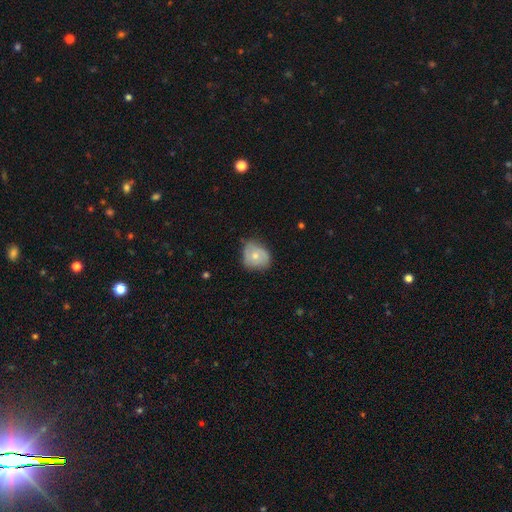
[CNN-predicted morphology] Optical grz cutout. It shows a smooth galaxy with no disk features (53%) that is round (62%). Merging: none (58%).